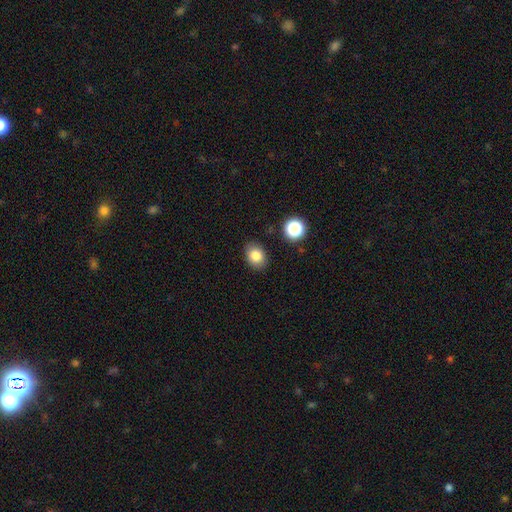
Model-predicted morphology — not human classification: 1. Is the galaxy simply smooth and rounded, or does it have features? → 83% smooth, 10% star or artifact, 7% featured or disk.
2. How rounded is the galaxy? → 62% in between, 37% round, 1% cigar-shaped.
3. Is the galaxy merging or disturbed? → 85% none, 10% minor disturbance, 3% major disturbance, 2% merger.